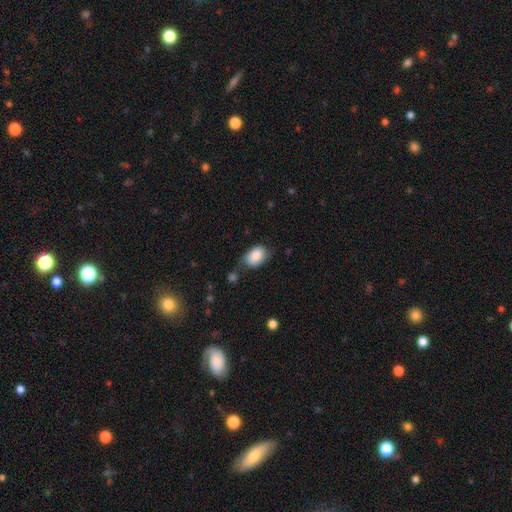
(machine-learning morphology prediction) This appears to be a smooth galaxy with no disk features (82%) that is in between round and cigar-shaped (85%). Merging: none (55%).